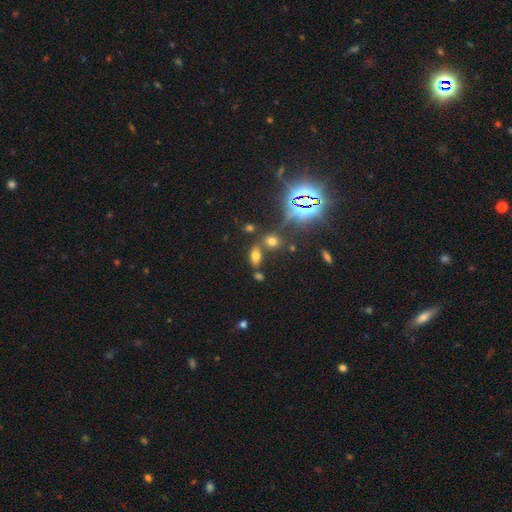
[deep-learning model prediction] A smooth galaxy with no disk features (59%) that is in between round and cigar-shaped (83%).

Vote fractions:
- Smooth or featured? smooth: 59% / star or artifact: 27% / featured or disk: 13%
- How rounded? in between: 83% / round: 11% / cigar-shaped: 6%
- Merging? none: 63% / merger: 20% / minor disturbance: 12% / major disturbance: 5%